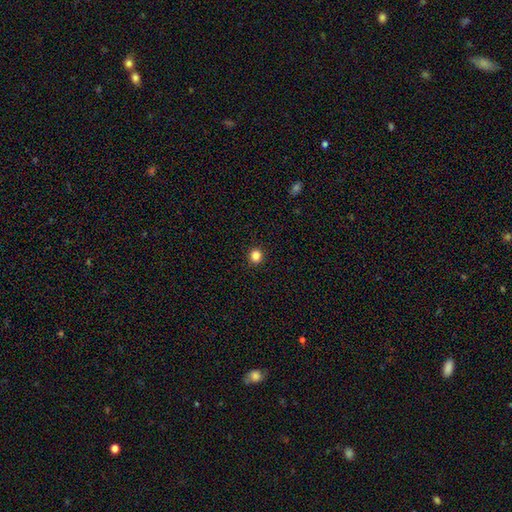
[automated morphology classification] type=smooth (85%); roundness=round (89%); merging=none (93%).